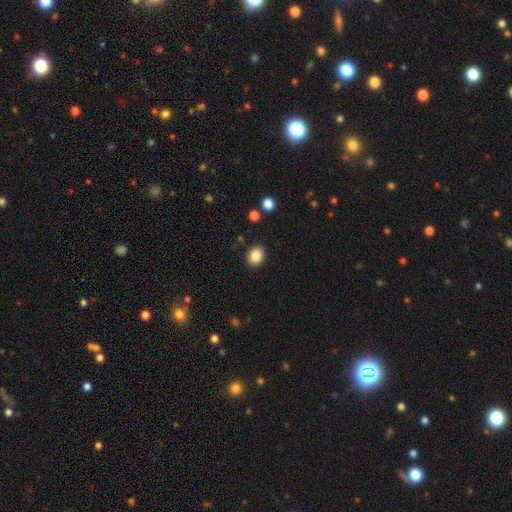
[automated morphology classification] Q: Smooth or featured?
A: smooth (87%); runner-up: star or artifact (9%)
Q: How rounded?
A: in between (54%); runner-up: round (45%)
Q: Merging?
A: none (88%); runner-up: minor disturbance (8%)